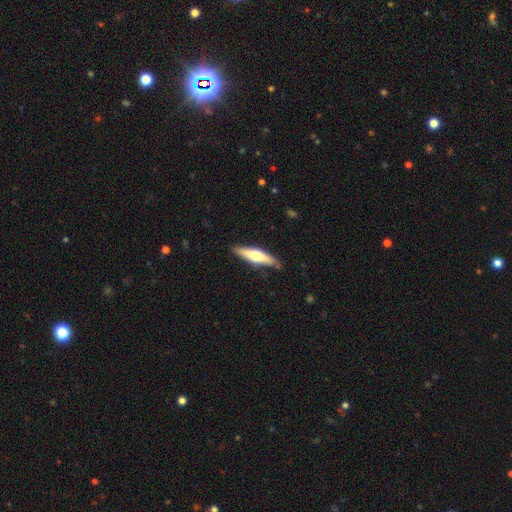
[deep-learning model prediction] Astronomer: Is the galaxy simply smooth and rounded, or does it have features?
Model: featured or disk — 49% (runner-up: smooth, 46%).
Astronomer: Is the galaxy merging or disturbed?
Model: none — 84%.